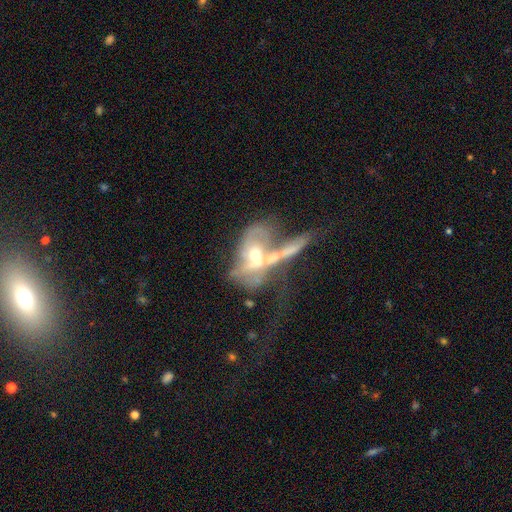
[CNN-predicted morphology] Smooth or featured?
  - featured or disk: 66% *
  - smooth: 25%
  - star or artifact: 9%
Edge-on disk?
  - no: 87% *
  - yes: 13%
Bar?
  - no: 75% *
  - weak: 18%
  - strong: 8%
Spiral arms?
  - no: 60% *
  - yes: 40%
Bulge size?
  - moderate: 59% *
  - small: 30%
  - large: 5%
  - none: 4%
  - dominant: 2%
Merging?
  - merger: 58% *
  - major disturbance: 23%
  - none: 11%
  - minor disturbance: 7%